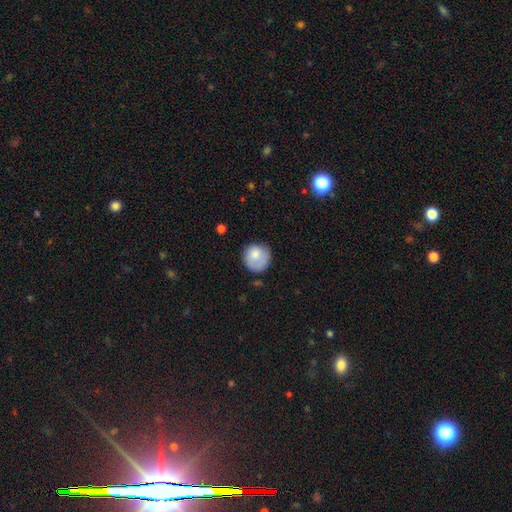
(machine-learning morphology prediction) type=smooth (78%); roundness=round (88%); merging=none (66%).